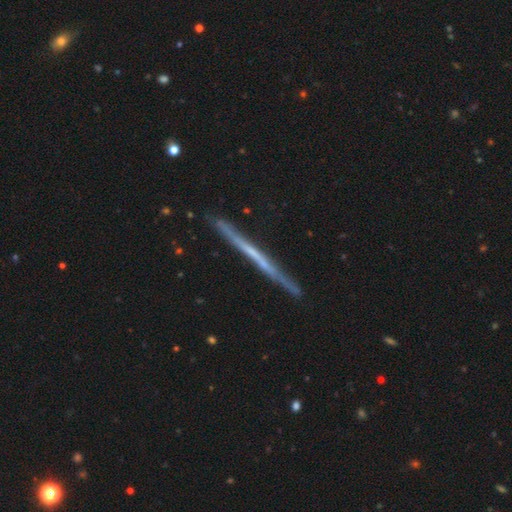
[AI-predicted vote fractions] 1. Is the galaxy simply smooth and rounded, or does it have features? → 65% featured or disk, 29% smooth, 6% star or artifact.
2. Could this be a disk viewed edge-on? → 97% yes, 3% no.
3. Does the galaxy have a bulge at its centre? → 87% none, 9% rounded, 4% boxy.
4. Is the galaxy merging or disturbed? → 89% none, 8% minor disturbance, 1% merger, 1% major disturbance.